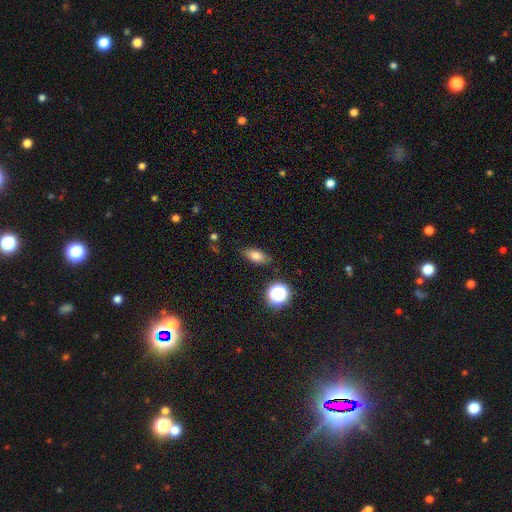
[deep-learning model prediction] Smooth or featured? Predicted: smooth (p=0.77). How rounded? Predicted: in between (p=0.80). Merging? Predicted: none (p=0.84).